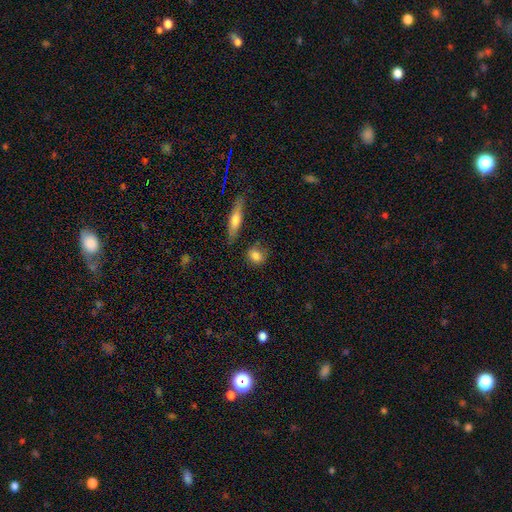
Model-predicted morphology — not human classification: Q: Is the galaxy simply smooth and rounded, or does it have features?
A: smooth — 81%.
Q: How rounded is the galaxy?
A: round — 62%.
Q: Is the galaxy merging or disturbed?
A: none — 76%.